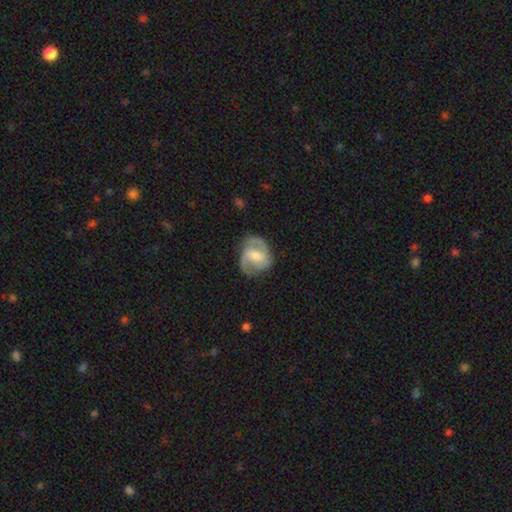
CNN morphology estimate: A featured or disk galaxy (72%) with a weak bar (48%), 2 (79%) medium (51%) spiral arms (88%) and a moderate central bulge (49%). Merging: none (67%).